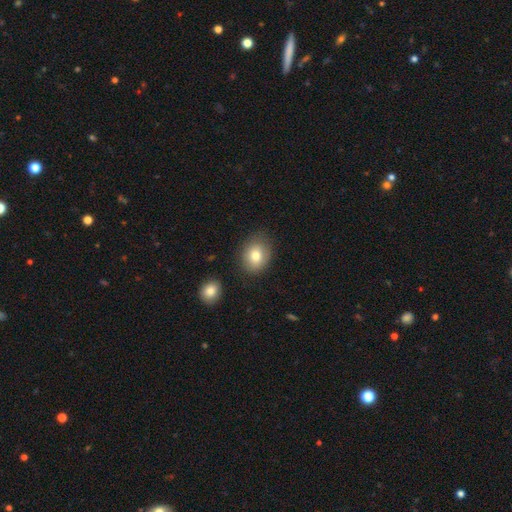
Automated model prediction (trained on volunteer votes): Overall: smooth (79%). How rounded: in between (54%; round 46%). Merging: none (78%).